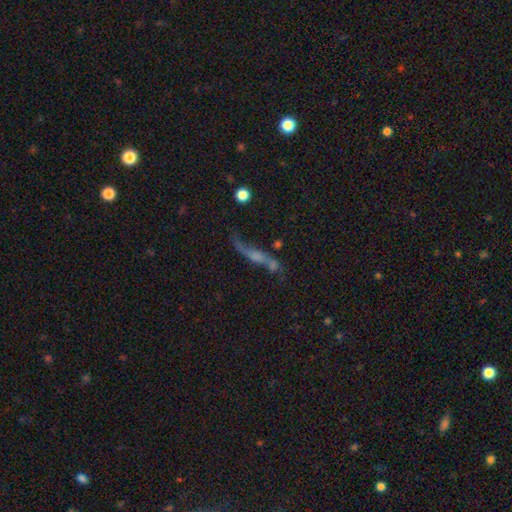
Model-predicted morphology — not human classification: Smooth or featured? Predicted: featured or disk (p=0.61). Edge-on disk? Predicted: no (p=0.64). Merging? Predicted: none (p=0.42).